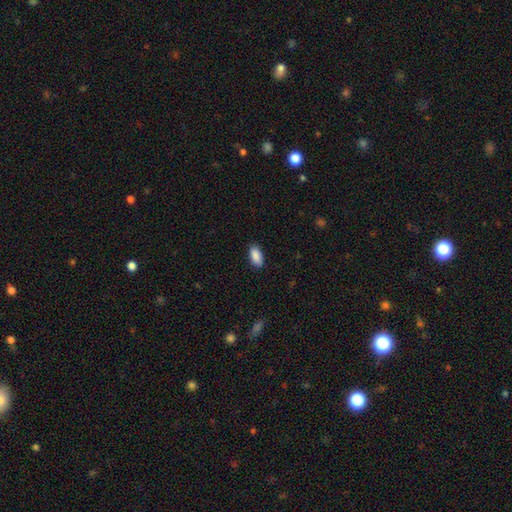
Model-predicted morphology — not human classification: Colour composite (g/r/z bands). It shows a smooth galaxy with no disk features (89%) that is in between round and cigar-shaped (92%). Merging: none (87%).